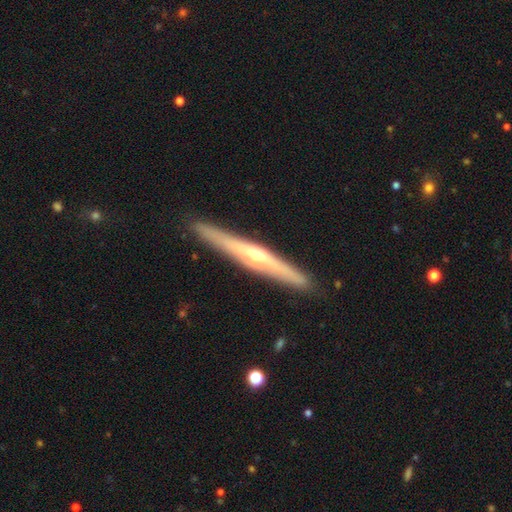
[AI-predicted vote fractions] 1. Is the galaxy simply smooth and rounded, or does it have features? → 72% featured or disk, 23% smooth, 6% star or artifact.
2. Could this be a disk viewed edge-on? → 96% yes, 4% no.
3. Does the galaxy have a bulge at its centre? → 78% rounded, 17% none, 5% boxy.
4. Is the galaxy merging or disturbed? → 90% none, 7% minor disturbance, 1% major disturbance, 1% merger.